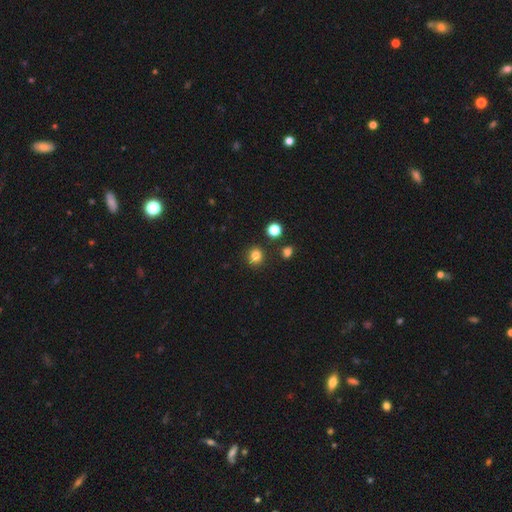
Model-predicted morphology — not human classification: A smooth galaxy with no disk features (82%) that is round (84%).

Vote fractions:
- Smooth or featured? smooth: 82% / star or artifact: 13% / featured or disk: 4%
- How rounded? round: 84% / in between: 15% / cigar-shaped: 1%
- Merging? none: 87% / minor disturbance: 7% / merger: 4% / major disturbance: 2%